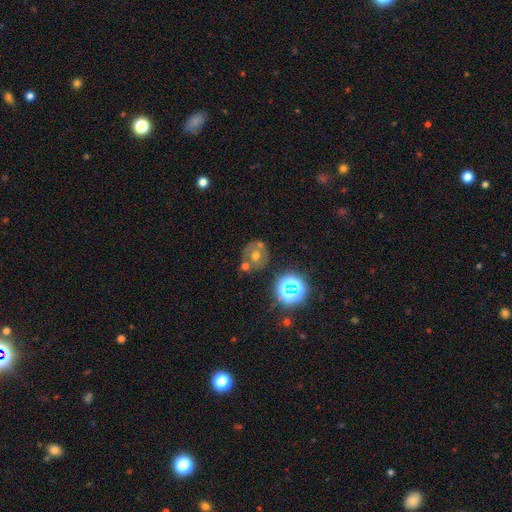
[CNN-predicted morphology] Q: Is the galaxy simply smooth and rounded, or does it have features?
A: smooth — 46%.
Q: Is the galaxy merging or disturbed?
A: none — 56%.